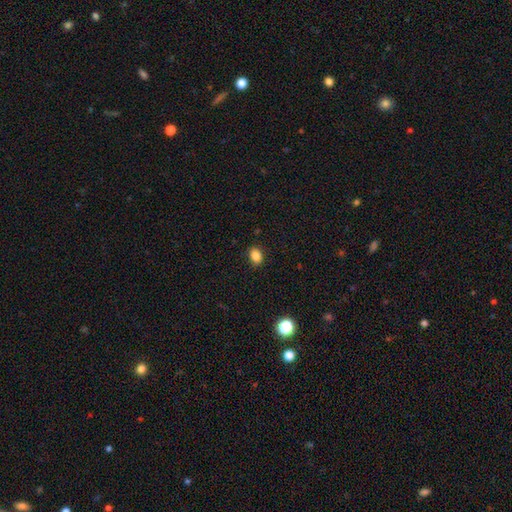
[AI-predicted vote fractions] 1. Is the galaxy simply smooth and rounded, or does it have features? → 85% smooth, 10% star or artifact, 4% featured or disk.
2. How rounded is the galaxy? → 71% in between, 28% round, 1% cigar-shaped.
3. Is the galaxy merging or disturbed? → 87% none, 10% minor disturbance, 2% major disturbance, 1% merger.